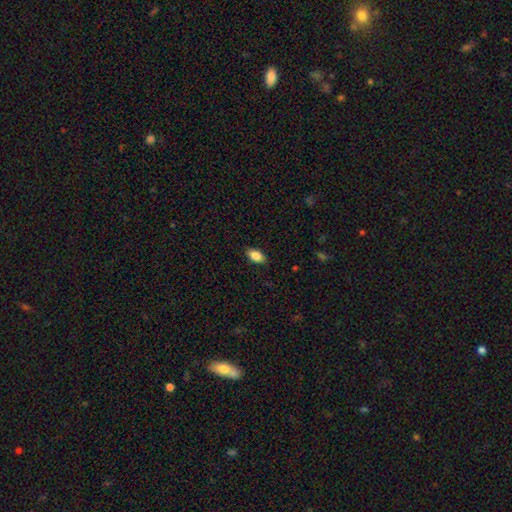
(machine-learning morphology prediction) Smooth or featured?
  - smooth: 86% *
  - star or artifact: 8%
  - featured or disk: 7%
How rounded?
  - in between: 91% *
  - round: 6%
  - cigar-shaped: 3%
Merging?
  - none: 88% *
  - minor disturbance: 9%
  - major disturbance: 2%
  - merger: 1%